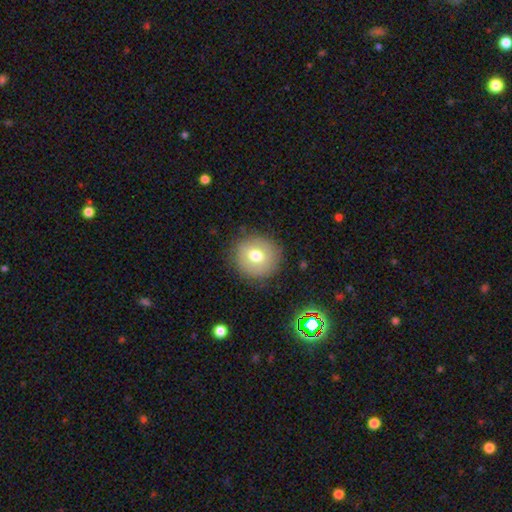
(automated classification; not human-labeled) Overall: smooth (69%). How rounded: round (90%). Merging: none (85%).